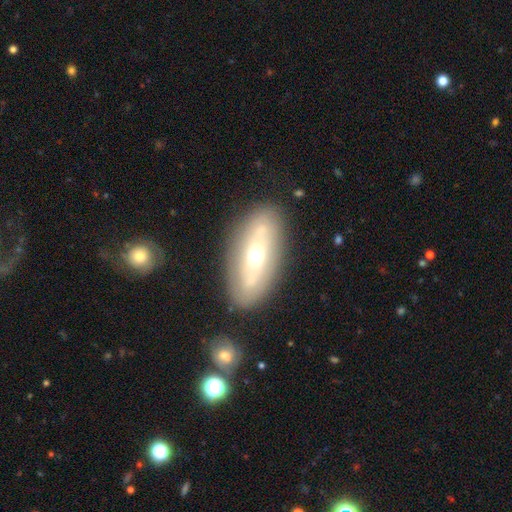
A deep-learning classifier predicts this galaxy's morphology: This appears to be a featured or disk galaxy (56%). Merging: none (80%).